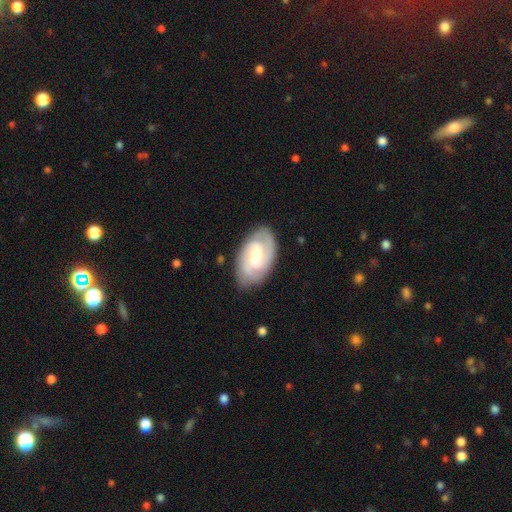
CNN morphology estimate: Q: Smooth or featured?
A: featured or disk (79%); runner-up: smooth (17%)
Q: Edge-on disk?
A: no (96%); runner-up: yes (4%)
Q: Bar?
A: weak (55%); runner-up: no (23%)
Q: Spiral arms?
A: yes (93%); runner-up: no (7%)
Q: Spiral winding?
A: tight (47%); runner-up: medium (41%)
Q: Spiral arm count?
A: 2 (69%); runner-up: can't tell (14%)
Q: Bulge size?
A: moderate (60%); runner-up: small (31%)
Q: Merging?
A: none (82%); runner-up: minor disturbance (13%)